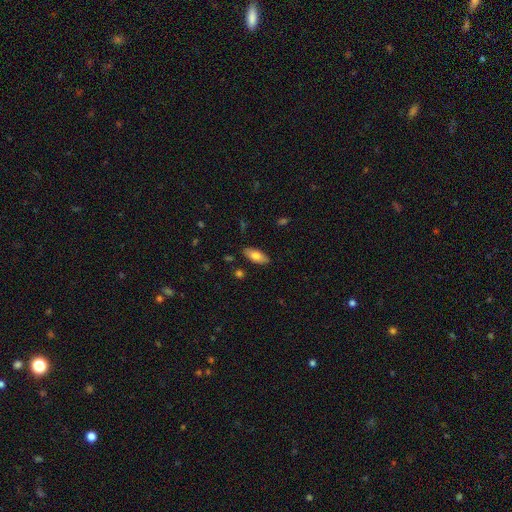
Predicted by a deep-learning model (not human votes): smooth-or-featured: smooth: 74% | featured or disk: 20% | star or artifact: 6%
  how-rounded: in between: 84% | cigar-shaped: 14% | round: 2%
  merging: none: 87% | minor disturbance: 9% | major disturbance: 2% | merger: 1%